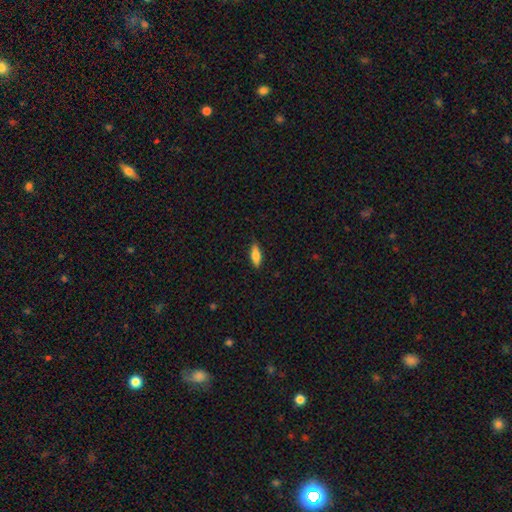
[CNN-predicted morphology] A smooth galaxy with no disk features (75%) that is in between round and cigar-shaped (63%). Merging: none (84%).